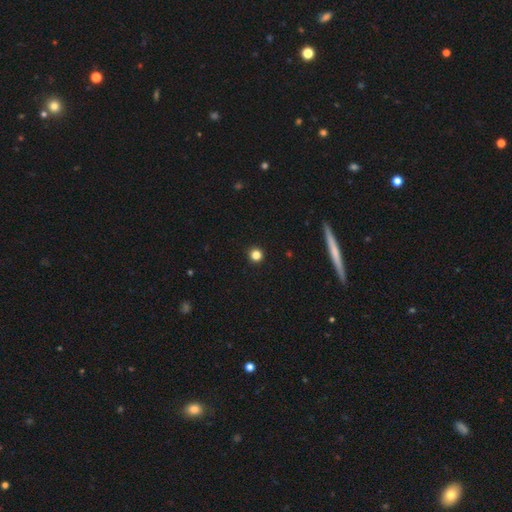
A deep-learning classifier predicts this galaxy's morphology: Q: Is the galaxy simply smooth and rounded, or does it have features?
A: smooth — 83%.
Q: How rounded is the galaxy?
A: round — 96%.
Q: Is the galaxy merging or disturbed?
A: none — 93%.